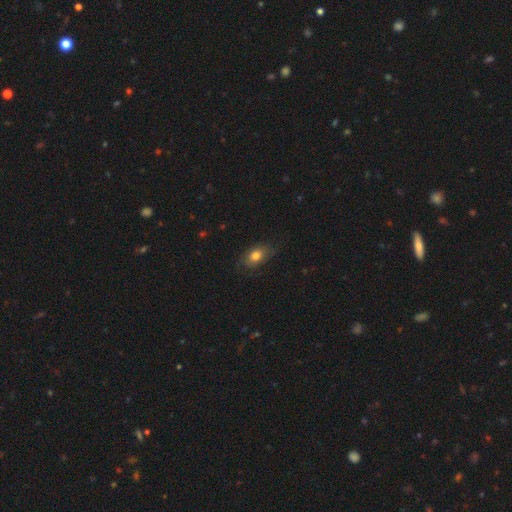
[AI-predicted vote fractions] The model was most divided on "merging": none: 74%, minor disturbance: 19%, major disturbance: 5%, merger: 1%. More confident: how rounded — in between (80%); smooth or featured — smooth (79%).